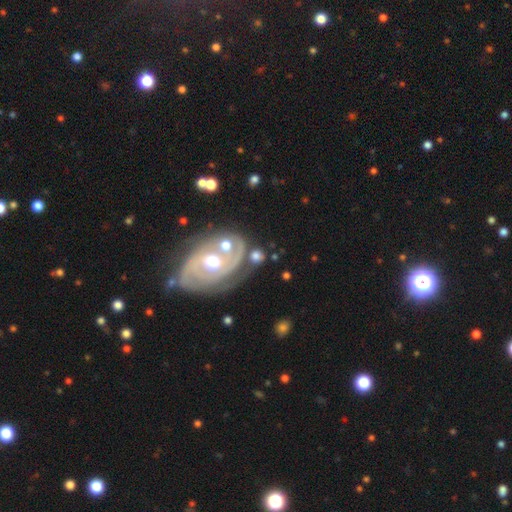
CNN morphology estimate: smooth_or_featured: featured or disk (p=0.47) [alt: smooth p=0.42]
merging: none (p=0.47) [alt: merger p=0.28]